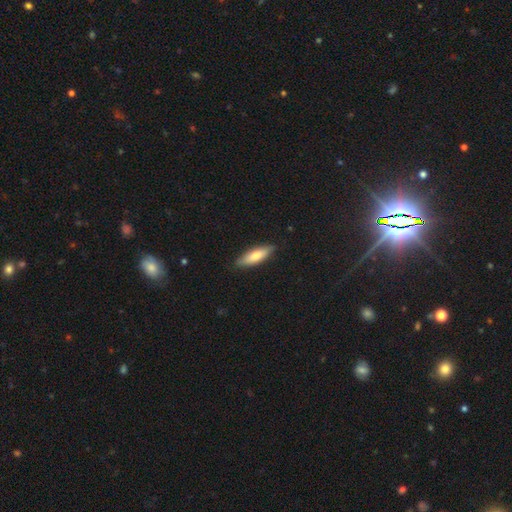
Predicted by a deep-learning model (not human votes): Morphology: type=smooth (72%); roundness=cigar-shaped (51%); merging=none (85%).